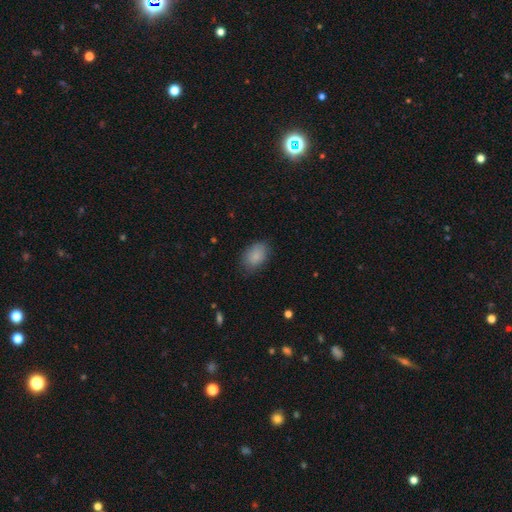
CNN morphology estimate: The model was most divided on "merging": none: 78%, minor disturbance: 17%, major disturbance: 4%, merger: 1%. More confident: smooth or featured — smooth (87%); how rounded — in between (86%).